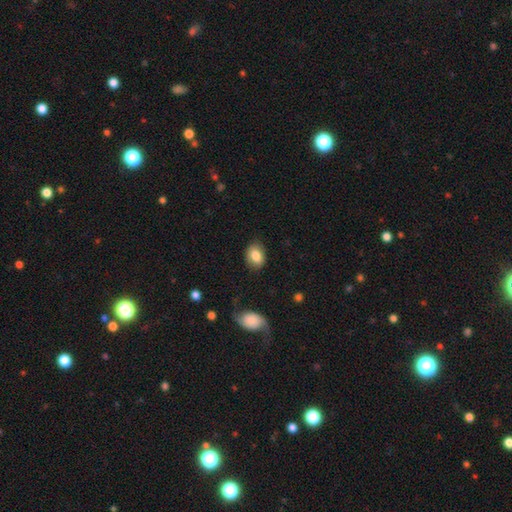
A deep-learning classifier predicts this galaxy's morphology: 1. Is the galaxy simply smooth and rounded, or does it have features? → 82% smooth, 11% featured or disk, 8% star or artifact.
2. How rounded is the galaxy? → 73% in between, 26% round, 1% cigar-shaped.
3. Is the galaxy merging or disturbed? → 80% none, 15% minor disturbance, 4% major disturbance, 1% merger.